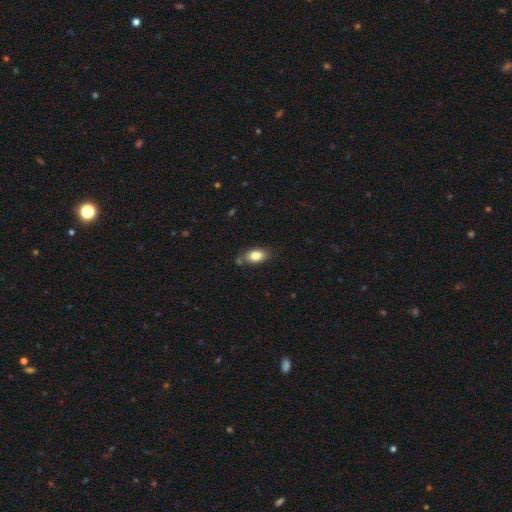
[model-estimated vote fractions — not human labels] A smooth galaxy with no disk features (81%) that is in between round and cigar-shaped (88%).

Vote fractions:
- Smooth or featured? smooth: 81% / featured or disk: 11% / star or artifact: 8%
- How rounded? in between: 88% / round: 8% / cigar-shaped: 3%
- Merging? none: 74% / minor disturbance: 16% / merger: 7% / major disturbance: 3%